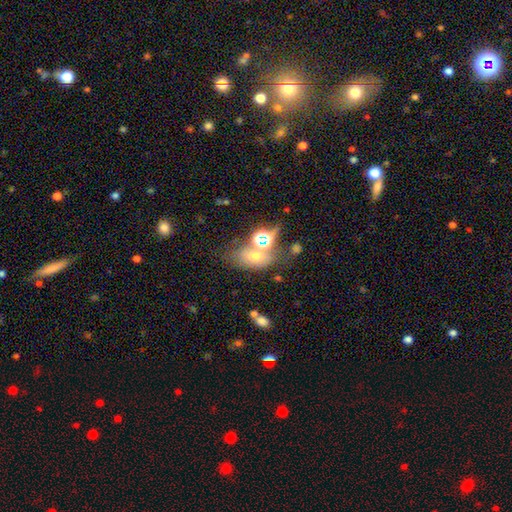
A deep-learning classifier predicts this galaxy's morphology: Smooth or featured? Predicted: smooth (p=0.54). How rounded? Predicted: in between (p=0.78). Merging? Predicted: none (p=0.47).